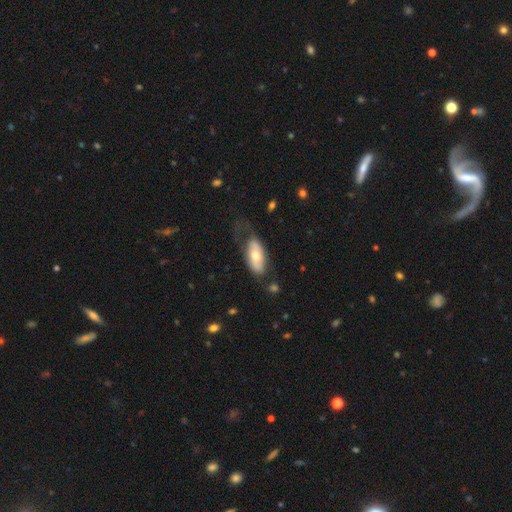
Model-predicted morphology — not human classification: A smooth galaxy with no disk features (55%) that is in between round and cigar-shaped (89%). Merging: none (42%).